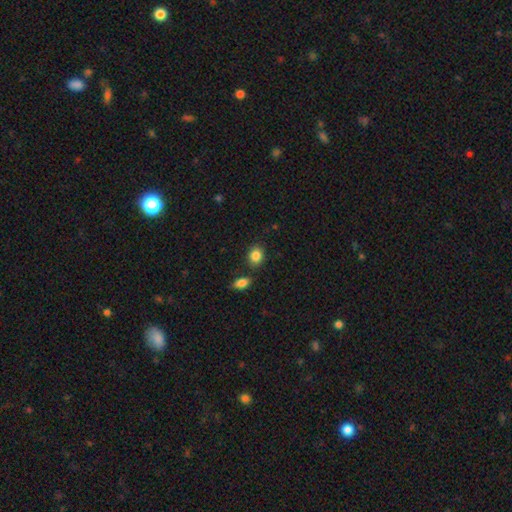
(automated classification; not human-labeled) Smooth or featured? smooth (86%)
How rounded? round (52%)
Merging? none (78%)